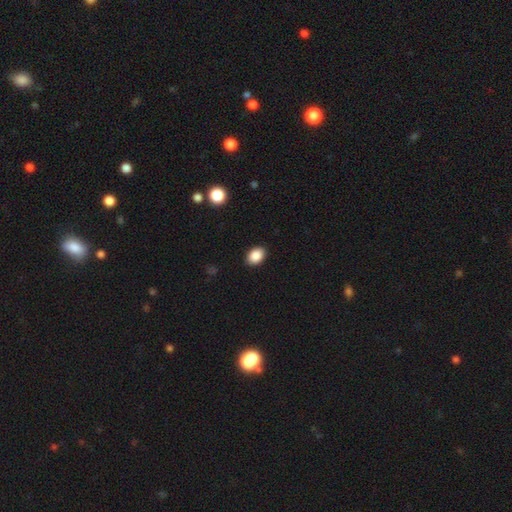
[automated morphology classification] smooth-or-featured: smooth: 88% | star or artifact: 8% | featured or disk: 4%
  how-rounded: in between: 79% | round: 20% | cigar-shaped: 1%
  merging: none: 90% | minor disturbance: 7% | major disturbance: 2% | merger: 1%